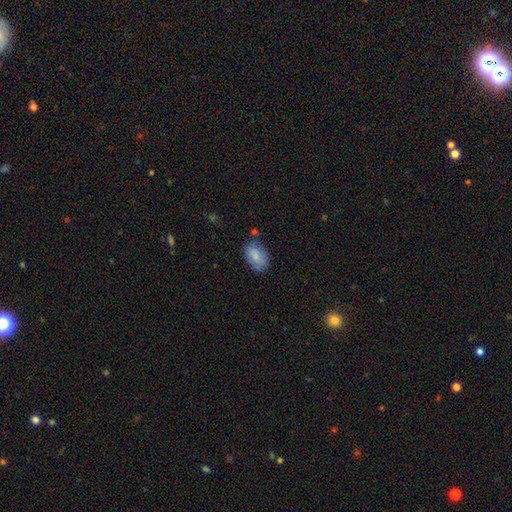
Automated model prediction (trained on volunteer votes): smooth 84%, featured or disk 9%, star or artifact 7%. Down the decision tree: how rounded — in between (90%); merging — none (73%).